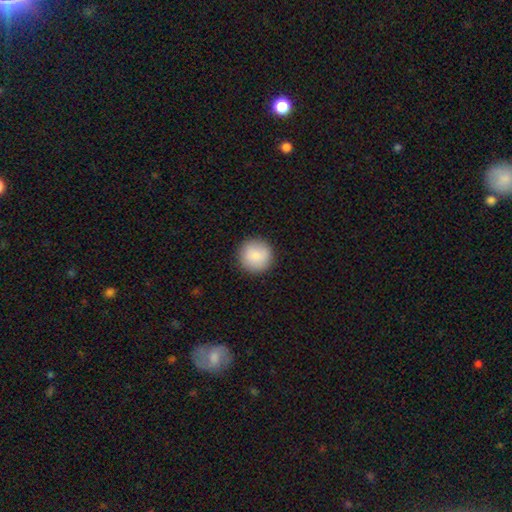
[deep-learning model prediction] Overall: smooth (85%). How rounded: round (96%). Merging: none (91%).